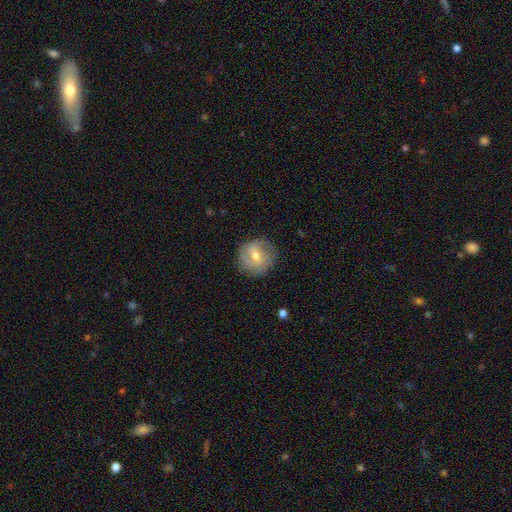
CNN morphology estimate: featured or disk 59%, smooth 32%, star or artifact 9%. Down the decision tree: edge-on disk — no (96%); bar — weak (52%); spiral arms — yes (75%); bulge size — moderate (61%); merging — none (79%).